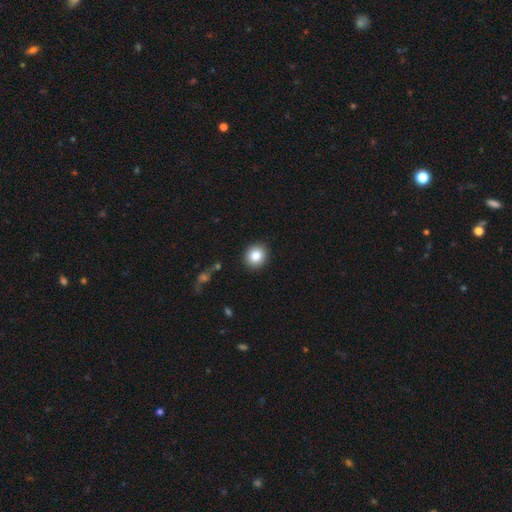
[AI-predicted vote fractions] This is clearly a smooth galaxy (85%). How rounded: likely round (78%). Merging: clearly none (90%).